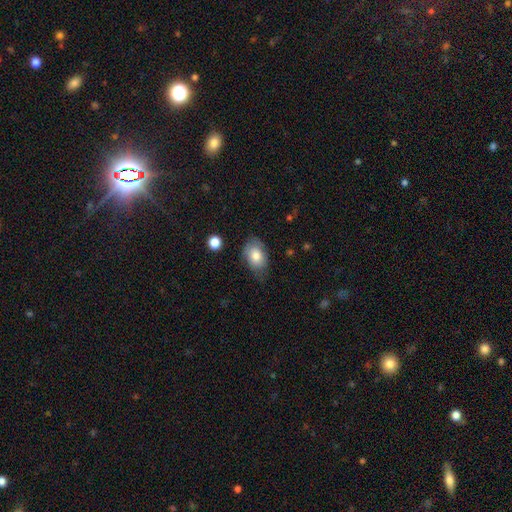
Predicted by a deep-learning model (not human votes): This is likely a smooth galaxy (78%). How rounded: clearly in between (84%). Merging: likely none (63%).